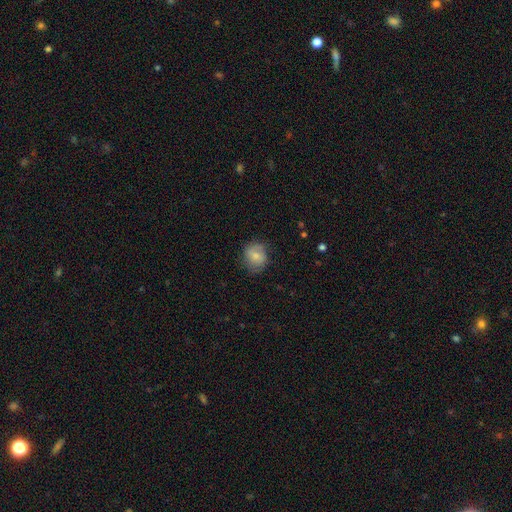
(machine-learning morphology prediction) This is likely a smooth galaxy (67%). How rounded: likely round (70%). Merging: likely none (68%).